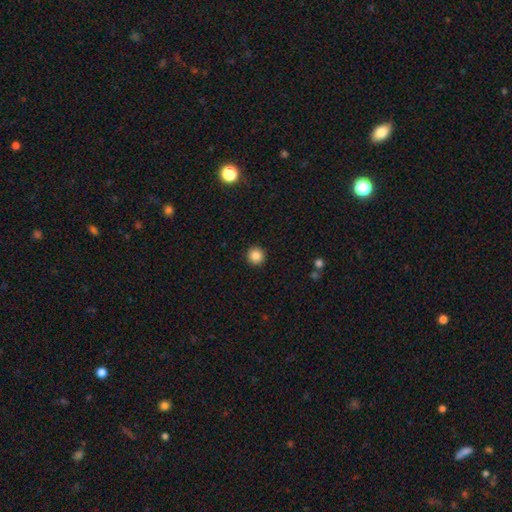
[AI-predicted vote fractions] A smooth galaxy with no disk features (86%) that is round (96%). Merging: none (93%).